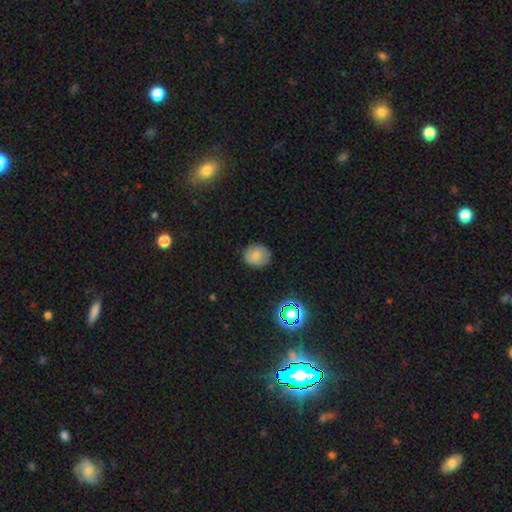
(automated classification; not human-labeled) Overall: smooth (80%). How rounded: round (71%). Merging: none (84%).